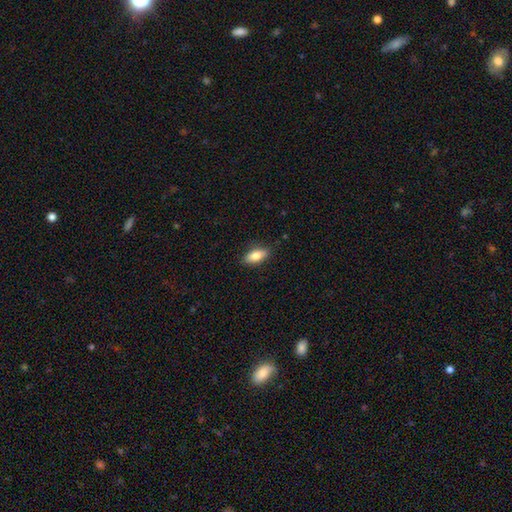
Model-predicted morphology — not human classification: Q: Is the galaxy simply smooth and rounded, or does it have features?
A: smooth — 81%.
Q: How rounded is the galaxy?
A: in between — 82%.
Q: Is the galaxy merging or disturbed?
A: none — 85%.